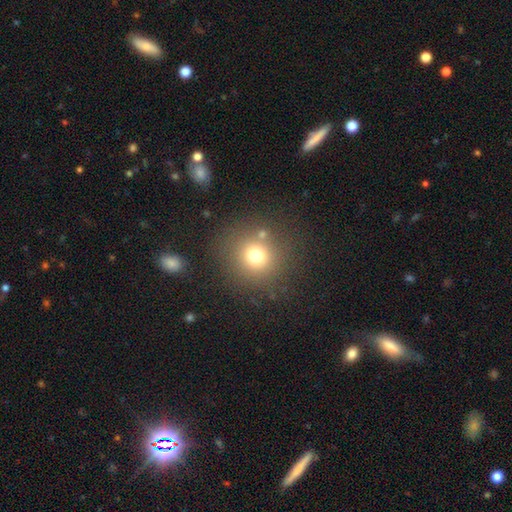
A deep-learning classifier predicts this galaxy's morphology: smooth_or_featured: smooth (p=0.72) [alt: star or artifact p=0.18]
how_rounded: round (p=0.92) [alt: in between p=0.07]
merging: none (p=0.81) [alt: minor disturbance p=0.08]